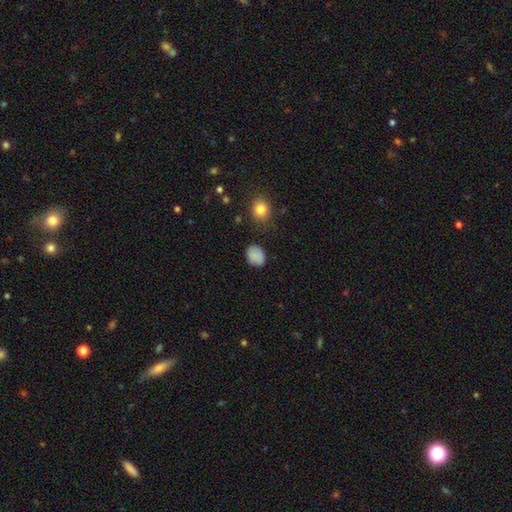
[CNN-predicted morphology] This is clearly a smooth galaxy (85%). How rounded: possibly round (52%). Merging: likely none (79%).